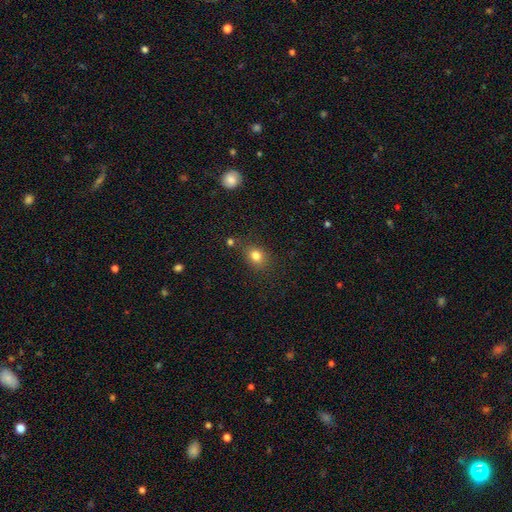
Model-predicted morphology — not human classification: Q: Smooth or featured?
A: smooth (80%); runner-up: star or artifact (13%)
Q: How rounded?
A: round (57%); runner-up: in between (42%)
Q: Merging?
A: none (74%); runner-up: minor disturbance (14%)